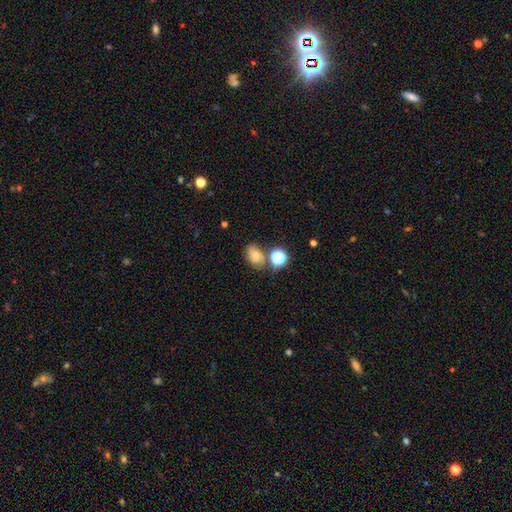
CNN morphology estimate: A smooth galaxy with no disk features (62%) that is in between round and cigar-shaped (64%). Merging: none (55%).